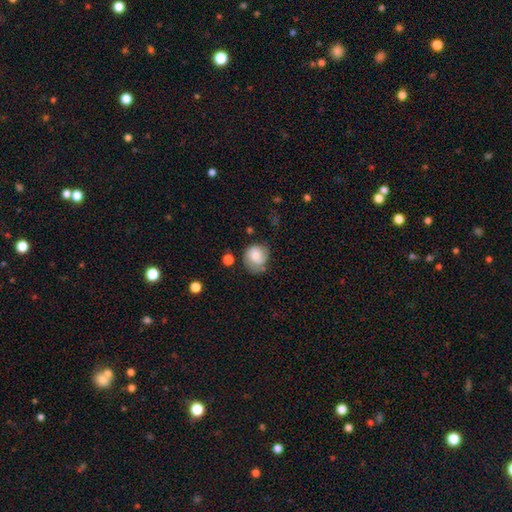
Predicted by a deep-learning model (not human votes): Smooth or featured? Predicted: smooth (p=0.65). How rounded? Predicted: round (p=0.78). Merging? Predicted: none (p=0.54).